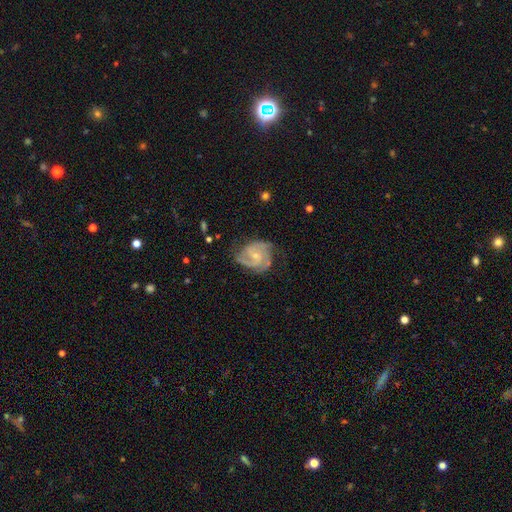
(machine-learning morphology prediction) Smooth or featured? Predicted: featured or disk (p=0.88). Edge-on disk? Predicted: no (p=0.98). Bar? Predicted: no (p=0.52). Spiral arms? Predicted: yes (p=0.98). Spiral winding? Predicted: medium (p=0.48). Spiral arm count? Predicted: 3 (p=0.44). Bulge size? Predicted: small (p=0.66). Merging? Predicted: none (p=0.68).